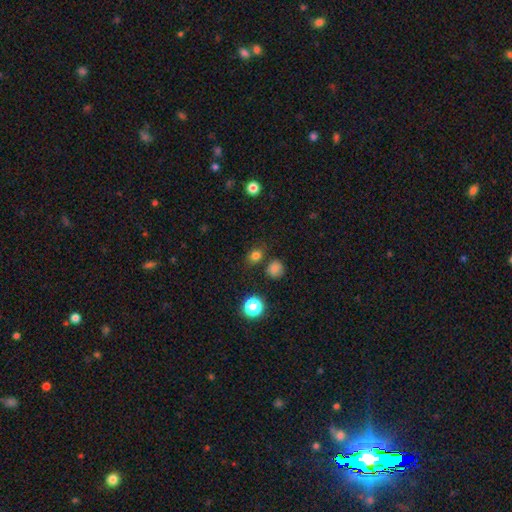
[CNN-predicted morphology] smooth 77%, star or artifact 18%, featured or disk 5%. Down the decision tree: how rounded — round (59%); merging — none (78%).